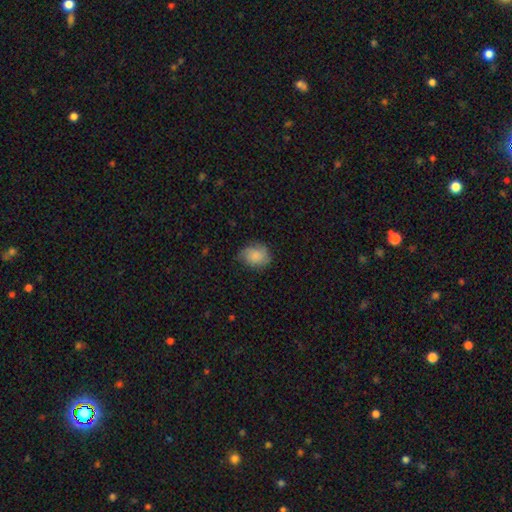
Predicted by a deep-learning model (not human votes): A smooth galaxy with no disk features (74%) that is in between round and cigar-shaped (56%). Merging: none (66%).